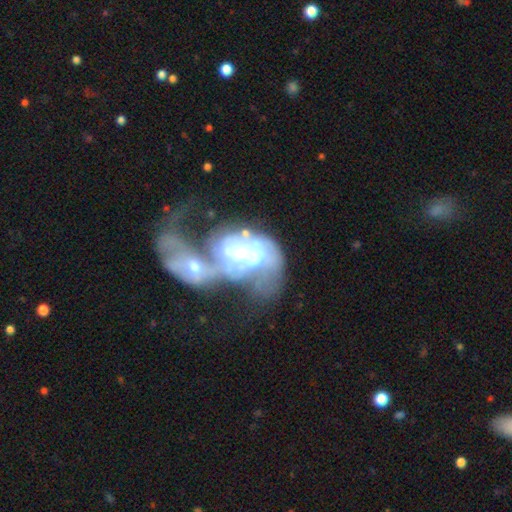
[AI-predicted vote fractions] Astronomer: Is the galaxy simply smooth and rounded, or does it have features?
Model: featured or disk — 74%.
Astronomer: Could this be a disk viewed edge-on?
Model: no — 96%.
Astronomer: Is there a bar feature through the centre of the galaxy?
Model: no — 50% (runner-up: weak, 28%).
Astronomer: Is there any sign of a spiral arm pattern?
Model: yes — 59% (runner-up: no, 41%).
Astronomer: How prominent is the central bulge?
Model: moderate — 50% (runner-up: large, 28%).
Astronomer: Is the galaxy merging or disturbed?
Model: merger — 71%.